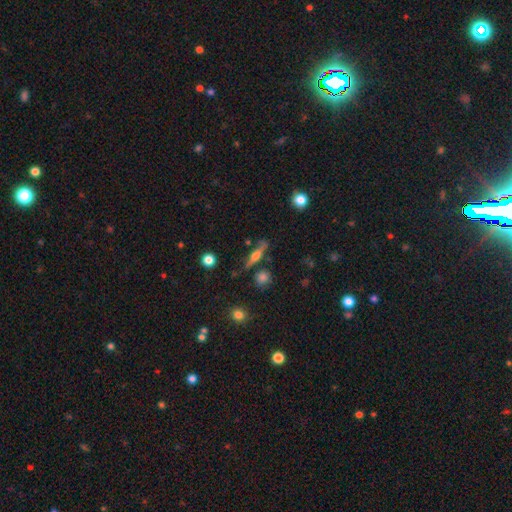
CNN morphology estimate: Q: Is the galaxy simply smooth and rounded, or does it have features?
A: featured or disk — 56%.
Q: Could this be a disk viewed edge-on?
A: yes — 91%.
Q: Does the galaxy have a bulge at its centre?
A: rounded — 87%.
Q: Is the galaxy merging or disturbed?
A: none — 74%.